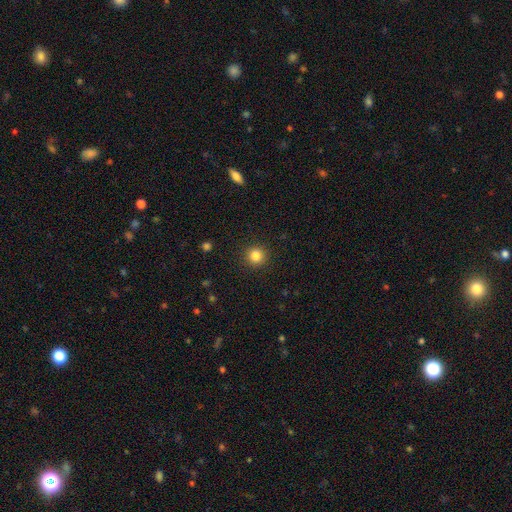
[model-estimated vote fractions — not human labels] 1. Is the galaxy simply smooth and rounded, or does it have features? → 84% smooth, 12% star or artifact, 5% featured or disk.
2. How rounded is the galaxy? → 95% round, 4% in between, 1% cigar-shaped.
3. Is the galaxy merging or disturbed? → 92% none, 5% minor disturbance, 2% major disturbance, 1% merger.